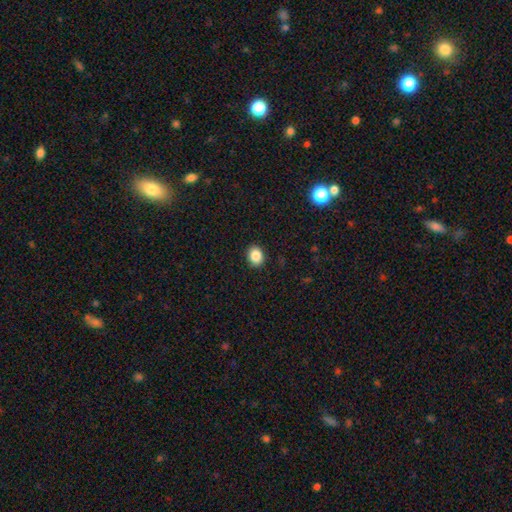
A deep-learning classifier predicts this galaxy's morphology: The model was most divided on "how rounded": round: 53%, in between: 46%, cigar-shaped: 1%. More confident: merging — none (91%); smooth or featured — smooth (86%).